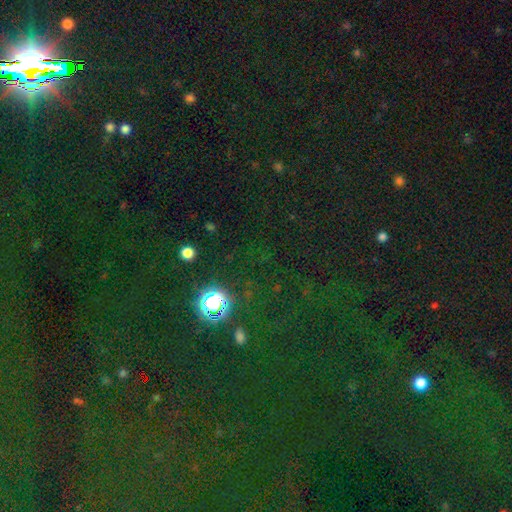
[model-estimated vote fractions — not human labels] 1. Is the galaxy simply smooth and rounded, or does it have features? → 75% star or artifact, 18% smooth, 7% featured or disk.